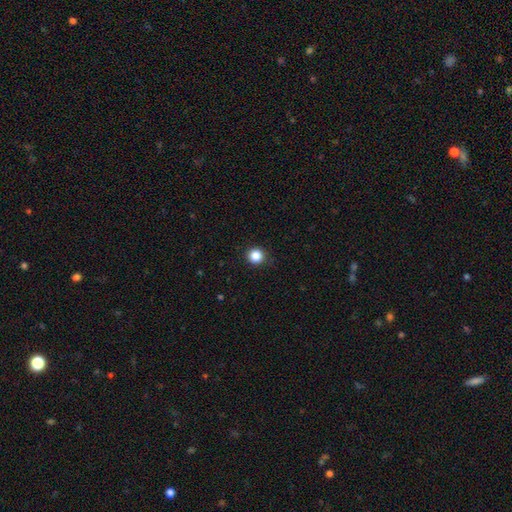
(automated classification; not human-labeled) Overall: smooth (86%). How rounded: round (95%). Merging: none (91%).